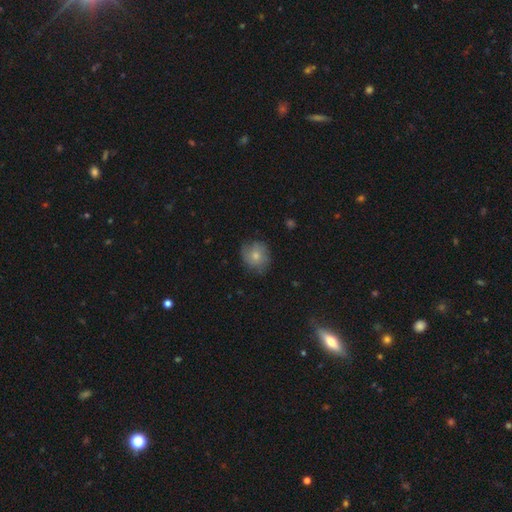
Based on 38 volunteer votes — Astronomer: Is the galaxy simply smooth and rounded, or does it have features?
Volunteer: smooth — 74%.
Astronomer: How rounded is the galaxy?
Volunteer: round — 93%.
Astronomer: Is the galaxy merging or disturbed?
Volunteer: none — 69%.